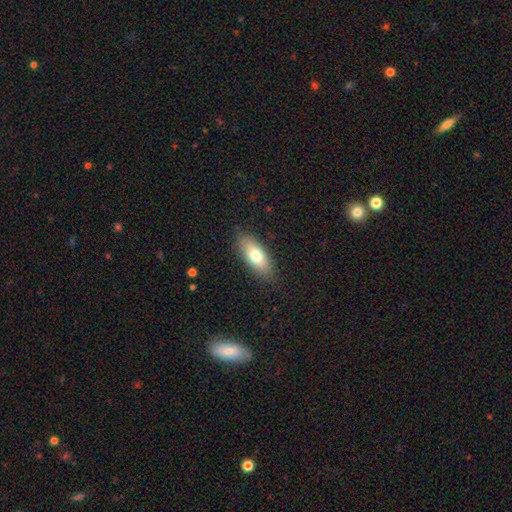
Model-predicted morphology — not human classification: Smooth or featured? smooth (73%)
How rounded? in between (80%)
Merging? none (85%)